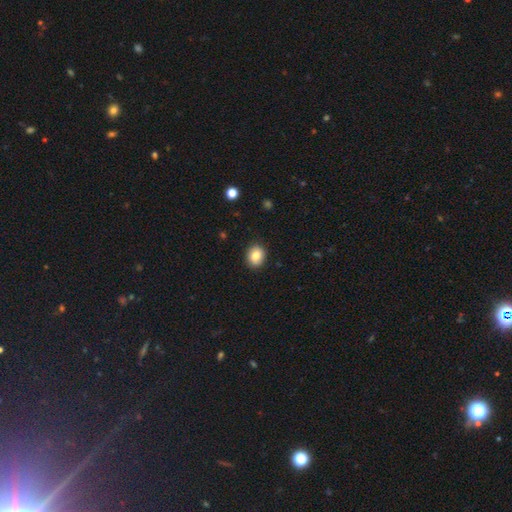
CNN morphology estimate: A smooth galaxy with no disk features (81%) that is round (58%). Merging: none (87%).